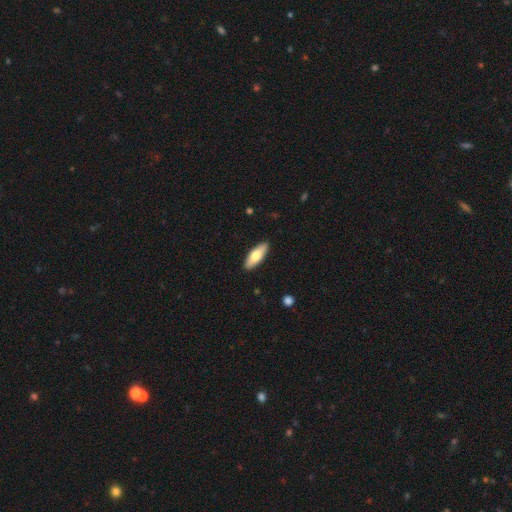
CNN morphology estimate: Q: Smooth or featured?
A: smooth (70%); runner-up: featured or disk (24%)
Q: How rounded?
A: in between (66%); runner-up: cigar-shaped (32%)
Q: Merging?
A: none (90%); runner-up: minor disturbance (7%)